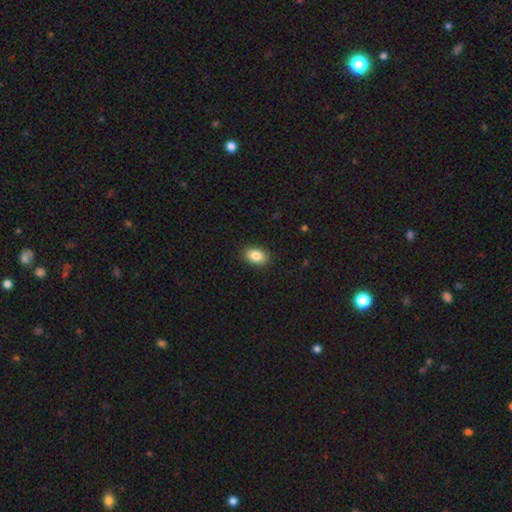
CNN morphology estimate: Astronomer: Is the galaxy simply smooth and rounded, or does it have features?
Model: smooth — 86%.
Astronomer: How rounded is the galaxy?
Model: in between — 88%.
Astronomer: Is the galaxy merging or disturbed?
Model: none — 89%.